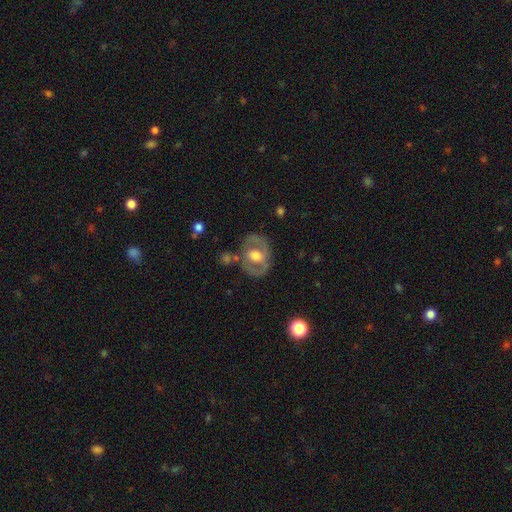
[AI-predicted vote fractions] featured or disk 61%, smooth 33%, star or artifact 6%. Down the decision tree: edge-on disk — no (94%); bar — no (59%); spiral arms — no (63%); bulge size — moderate (57%); merging — none (69%).